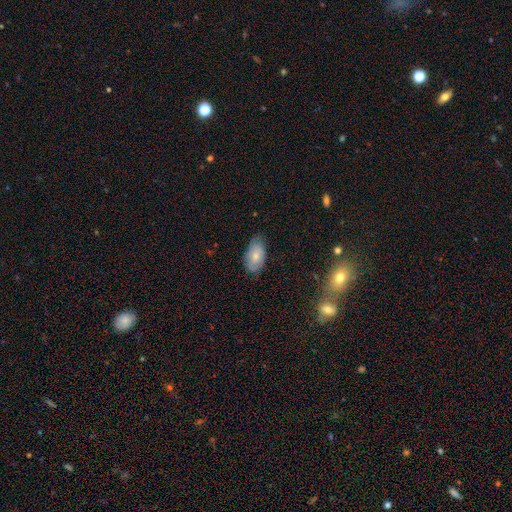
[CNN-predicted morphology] smooth 69%, featured or disk 23%, star or artifact 7%. Down the decision tree: how rounded — in between (94%); merging — none (69%).